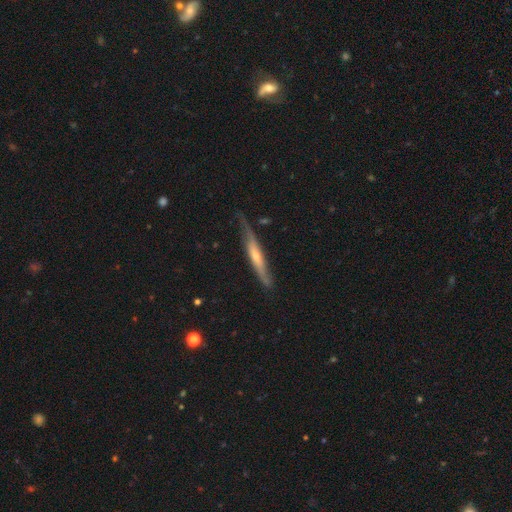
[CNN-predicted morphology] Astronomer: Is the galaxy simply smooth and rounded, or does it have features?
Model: featured or disk — 61%.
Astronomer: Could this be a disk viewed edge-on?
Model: yes — 84%.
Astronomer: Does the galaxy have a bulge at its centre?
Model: rounded — 54% (runner-up: none, 38%).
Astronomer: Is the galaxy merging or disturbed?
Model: none — 64%.